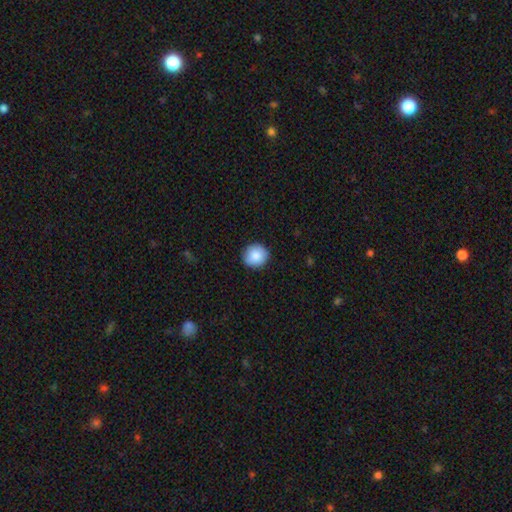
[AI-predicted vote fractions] Q: Smooth or featured?
A: smooth (85%); runner-up: star or artifact (8%)
Q: How rounded?
A: round (92%); runner-up: in between (8%)
Q: Merging?
A: none (89%); runner-up: minor disturbance (8%)